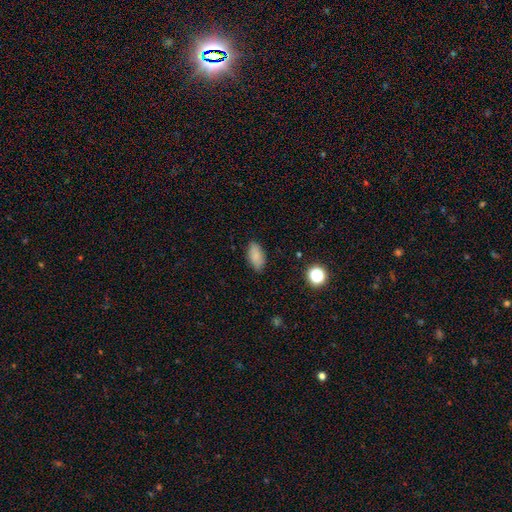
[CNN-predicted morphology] Smooth or featured: smooth — 84% (star or artifact — 9%)
How rounded: in between — 92% (cigar-shaped — 4%)
Merging: none — 83% (minor disturbance — 13%)